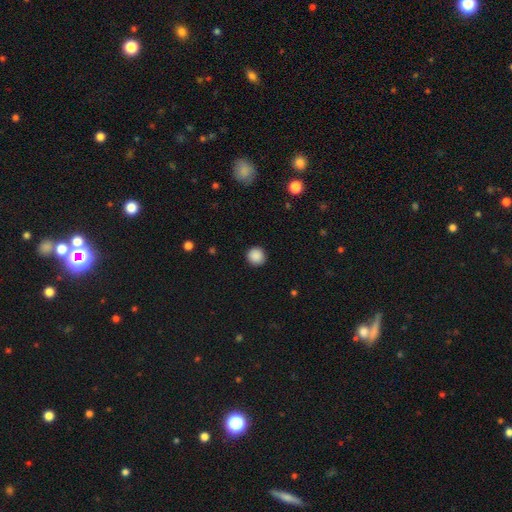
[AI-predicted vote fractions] Smooth or featured: smooth — 88% (star or artifact — 9%)
How rounded: round — 94% (in between — 5%)
Merging: none — 92% (minor disturbance — 5%)